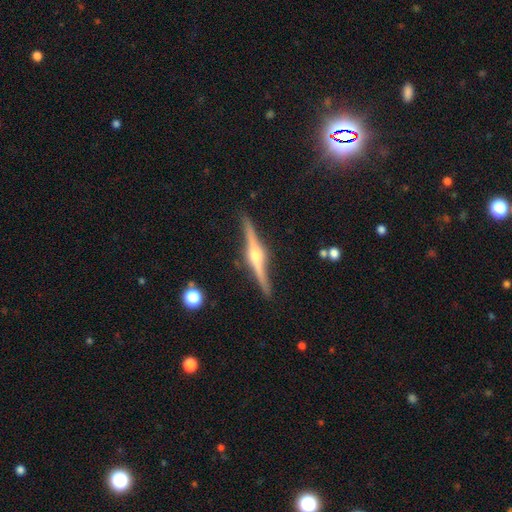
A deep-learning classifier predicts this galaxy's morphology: Smooth or featured?
  - featured or disk: 86% *
  - smooth: 9%
  - star or artifact: 5%
Edge-on disk?
  - yes: 98% *
  - no: 2%
Edge-on bulge?
  - rounded: 93% *
  - boxy: 4%
  - none: 2%
Merging?
  - none: 90% *
  - minor disturbance: 7%
  - major disturbance: 1%
  - merger: 1%